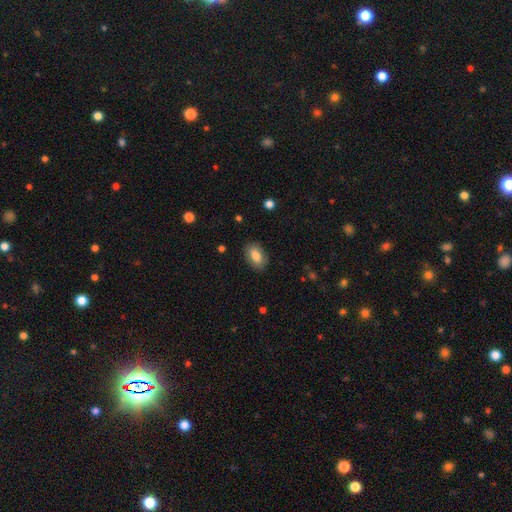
This is likely a smooth galaxy (77%). How rounded: clearly in between (87%). Merging: clearly none (84%).